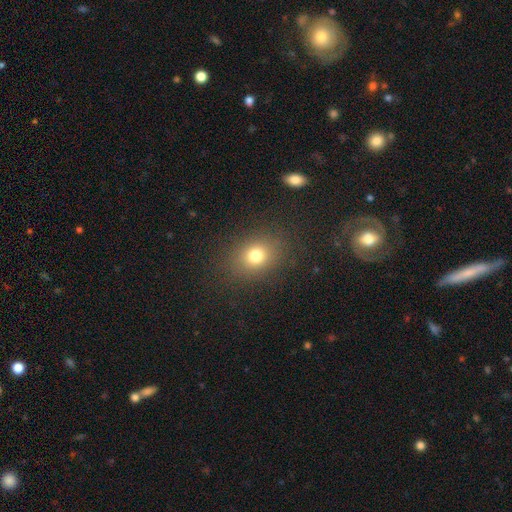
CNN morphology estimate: smooth-or-featured: smooth: 76% | star or artifact: 15% | featured or disk: 9%
  how-rounded: round: 51% | in between: 47% | cigar-shaped: 1%
  merging: none: 85% | minor disturbance: 9% | major disturbance: 5% | merger: 1%